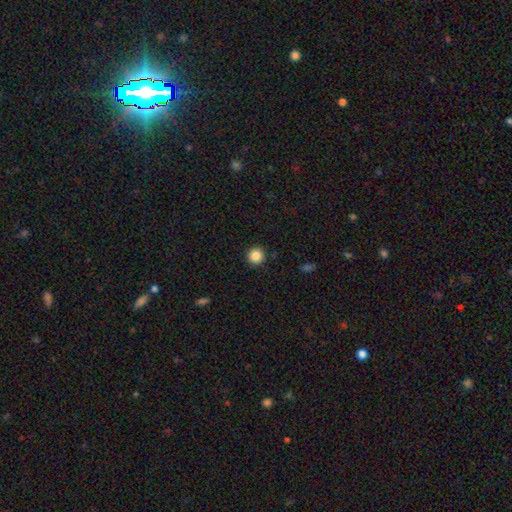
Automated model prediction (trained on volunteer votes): smooth-or-featured: smooth: 86% | star or artifact: 10% | featured or disk: 4%
  how-rounded: round: 96% | in between: 3% | cigar-shaped: 1%
  merging: none: 92% | minor disturbance: 5% | major disturbance: 2% | merger: 1%